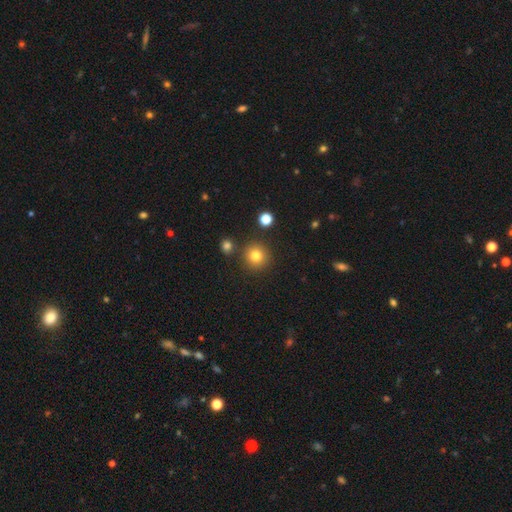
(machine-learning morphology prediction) Smooth or featured: smooth — 80% (star or artifact — 13%)
How rounded: round — 94% (in between — 5%)
Merging: none — 86% (minor disturbance — 7%)